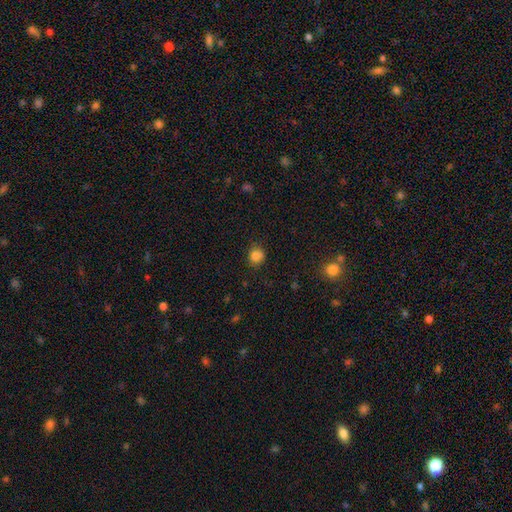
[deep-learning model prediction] Smooth or featured: smooth — 81% (star or artifact — 13%)
How rounded: round — 81% (in between — 19%)
Merging: none — 70% (minor disturbance — 18%)